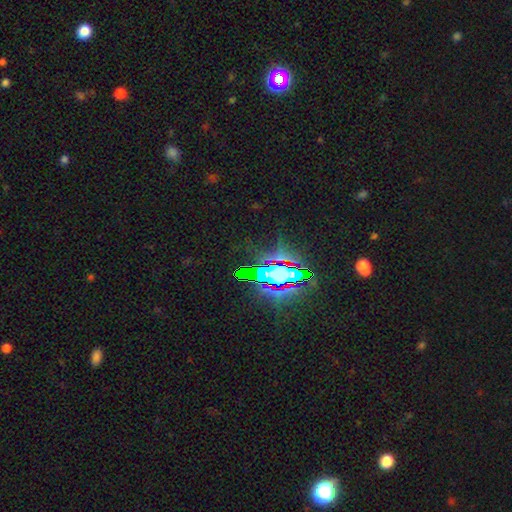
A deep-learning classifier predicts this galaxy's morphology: smooth_or_featured: star or artifact (p=0.74) [alt: featured or disk p=0.13]